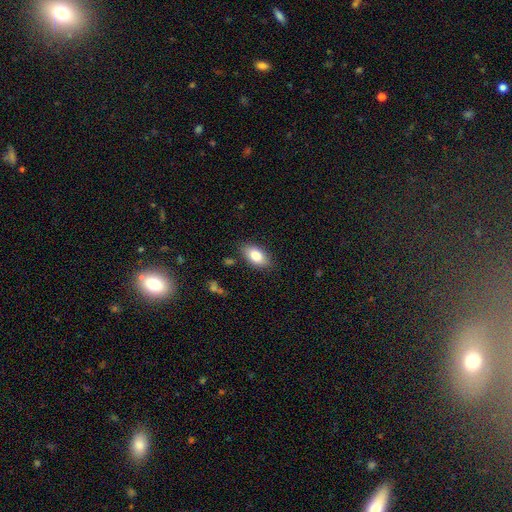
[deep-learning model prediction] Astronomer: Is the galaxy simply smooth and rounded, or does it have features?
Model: smooth — 83%.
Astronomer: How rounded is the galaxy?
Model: in between — 92%.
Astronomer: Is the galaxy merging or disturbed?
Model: none — 83%.